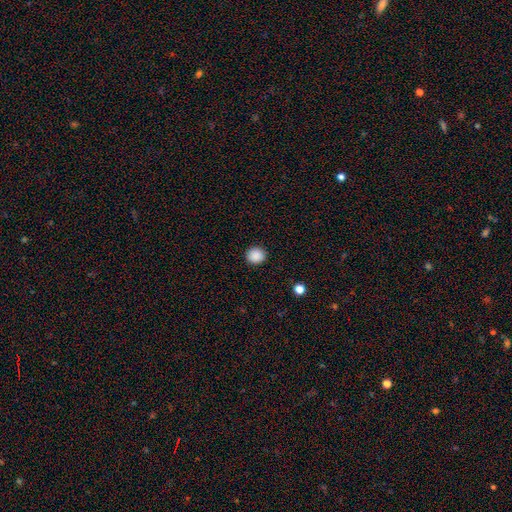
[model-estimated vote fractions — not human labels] Smooth or featured: smooth — 88% (star or artifact — 9%)
How rounded: round — 89% (in between — 10%)
Merging: none — 92% (minor disturbance — 5%)